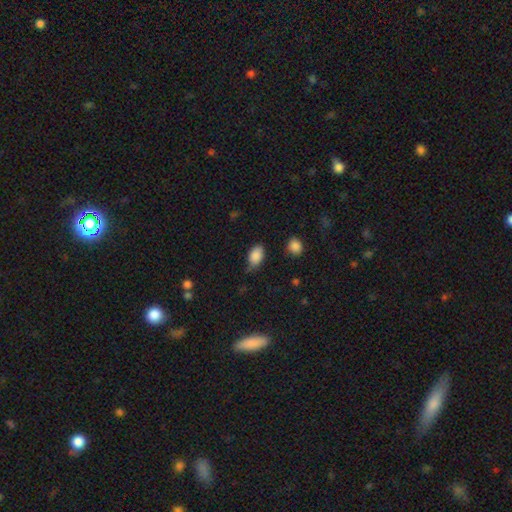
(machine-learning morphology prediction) smooth 87%, star or artifact 8%, featured or disk 5%. Down the decision tree: how rounded — in between (89%); merging — none (66%).